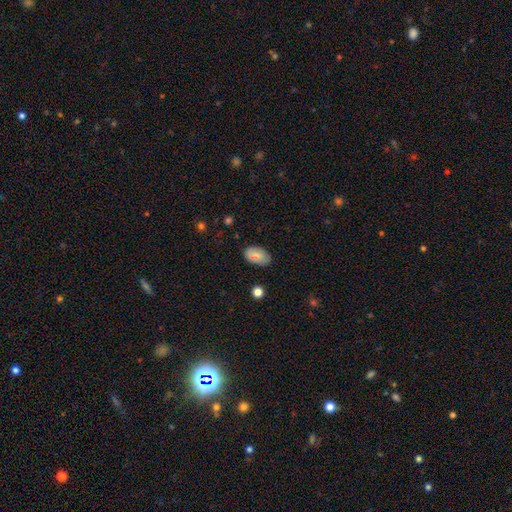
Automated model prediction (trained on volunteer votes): Smooth or featured?
  - smooth: 75% *
  - featured or disk: 17%
  - star or artifact: 8%
How rounded?
  - in between: 93% *
  - round: 6%
  - cigar-shaped: 1%
Merging?
  - none: 76% *
  - minor disturbance: 18%
  - major disturbance: 3%
  - merger: 2%